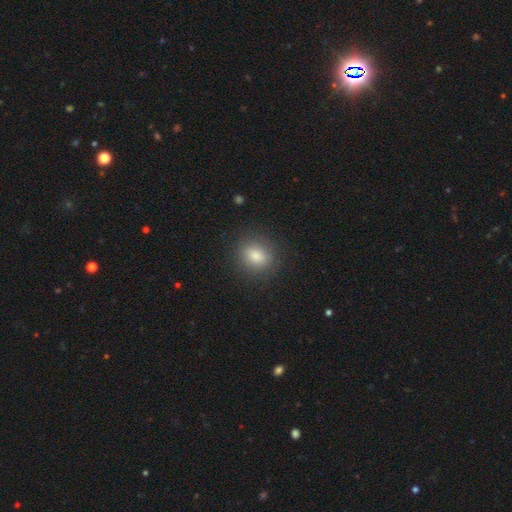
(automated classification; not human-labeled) smooth_or_featured: smooth (p=0.82) [alt: star or artifact p=0.11]
how_rounded: round (p=0.61) [alt: in between p=0.38]
merging: none (p=0.89) [alt: minor disturbance p=0.08]